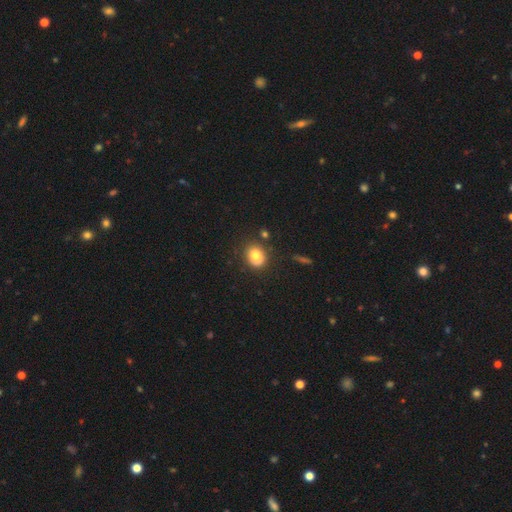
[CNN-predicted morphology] smooth_or_featured: smooth (p=0.74) [alt: featured or disk p=0.16]
how_rounded: round (p=0.71) [alt: in between p=0.28]
merging: none (p=0.71) [alt: minor disturbance p=0.18]